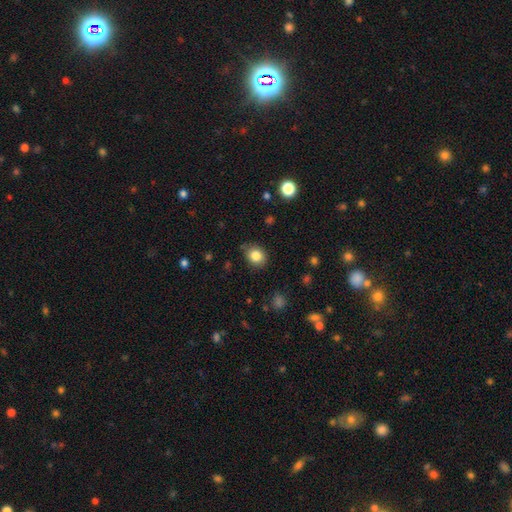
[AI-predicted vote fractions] A smooth galaxy with no disk features (84%) that is round (58%).

Vote fractions:
- Smooth or featured? smooth: 84% / star or artifact: 10% / featured or disk: 6%
- How rounded? round: 58% / in between: 41% / cigar-shaped: 1%
- Merging? none: 79% / minor disturbance: 16% / major disturbance: 3% / merger: 2%